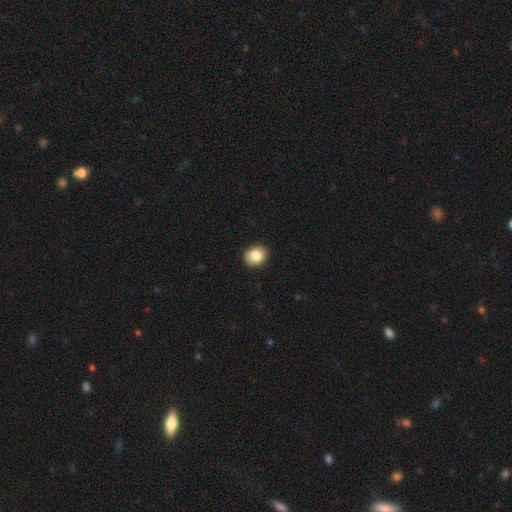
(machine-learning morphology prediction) Overall: smooth (86%). How rounded: round (55%; in between 44%). Merging: none (90%).